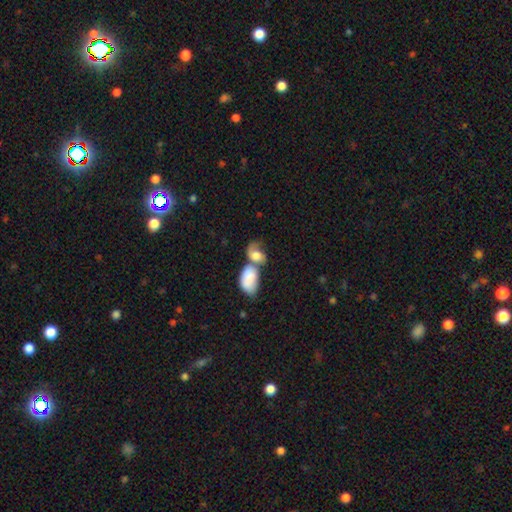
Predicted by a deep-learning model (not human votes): Smooth or featured: smooth — 67% (featured or disk — 25%)
How rounded: in between — 80% (round — 18%)
Merging: merger — 67% (none — 14%)